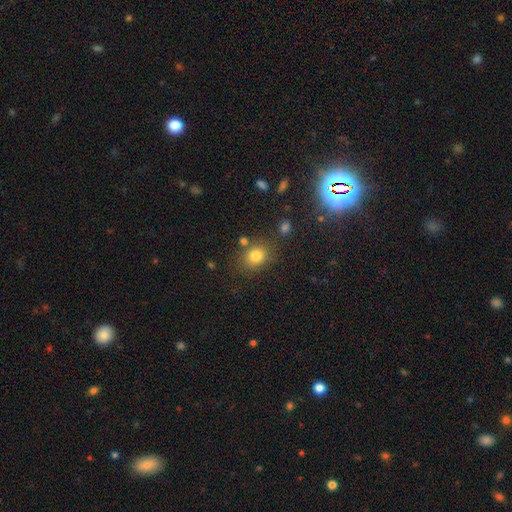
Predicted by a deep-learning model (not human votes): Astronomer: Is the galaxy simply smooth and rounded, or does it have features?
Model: smooth — 80%.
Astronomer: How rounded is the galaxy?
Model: round — 63%.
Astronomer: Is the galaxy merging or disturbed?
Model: none — 74%.